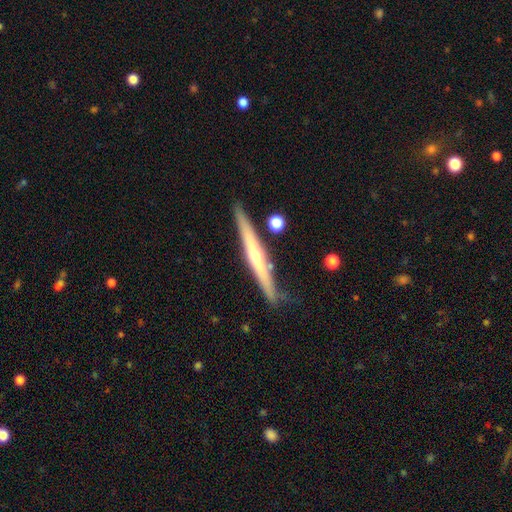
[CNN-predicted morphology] Smooth or featured? Predicted: featured or disk (p=0.66). Edge-on disk? Predicted: yes (p=0.96). Edge-on bulge? Predicted: rounded (p=0.72). Merging? Predicted: none (p=0.81).